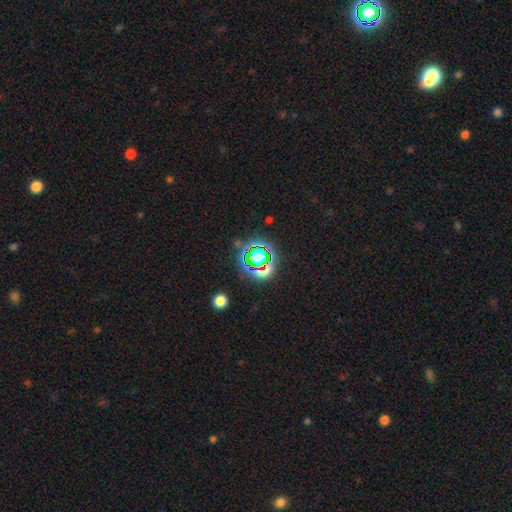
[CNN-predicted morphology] Overall: star or artifact (64%).